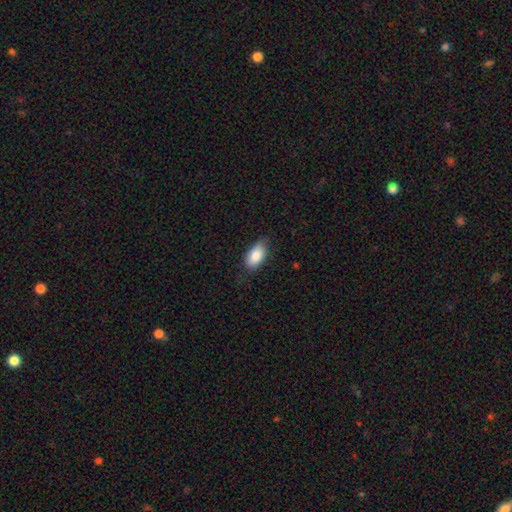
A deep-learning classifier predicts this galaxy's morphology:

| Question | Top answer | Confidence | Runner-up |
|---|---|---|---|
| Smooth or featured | smooth | 86% | featured or disk (7%) |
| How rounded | in between | 92% | cigar-shaped (4%) |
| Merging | none | 74% | minor disturbance (21%) |